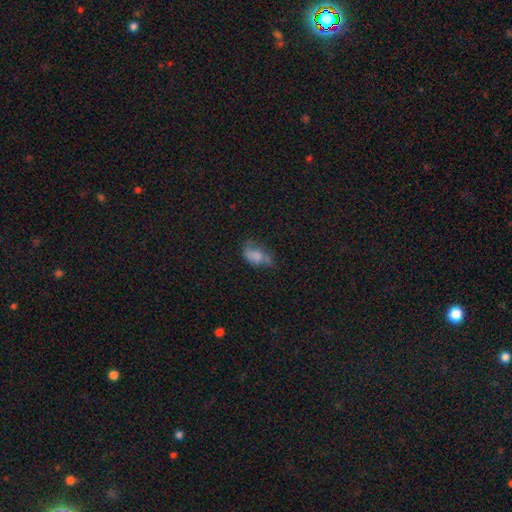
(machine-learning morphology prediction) Smooth or featured: smooth — 64% (featured or disk — 24%)
How rounded: in between — 88% (round — 8%)
Merging: none — 35% (minor disturbance — 34%)